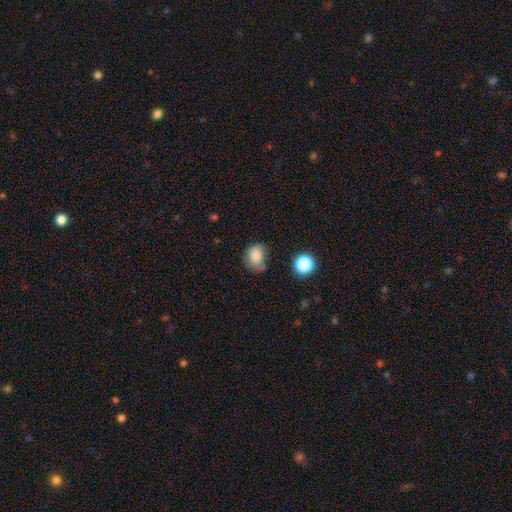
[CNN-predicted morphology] Smooth or featured? smooth (82%)
How rounded? in between (60%)
Merging? none (49%)